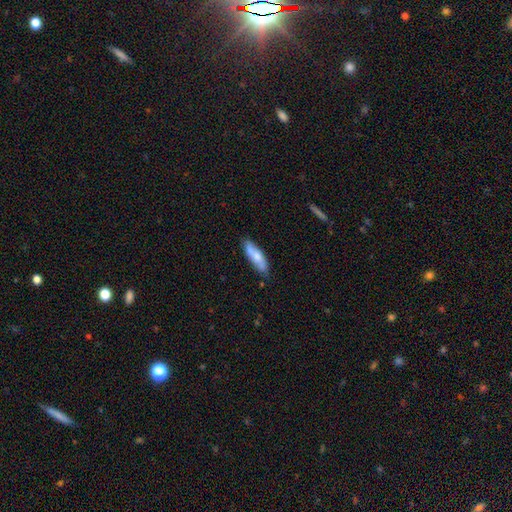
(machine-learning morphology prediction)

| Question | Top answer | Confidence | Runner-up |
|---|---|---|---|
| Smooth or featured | smooth | 66% | featured or disk (28%) |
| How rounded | cigar-shaped | 55% | in between (43%) |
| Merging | none | 78% | minor disturbance (17%) |